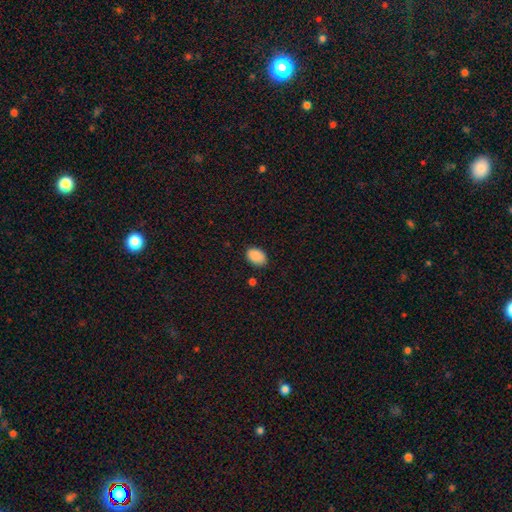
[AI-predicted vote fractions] This is clearly a smooth galaxy (89%). How rounded: clearly in between (82%). Merging: clearly none (80%).